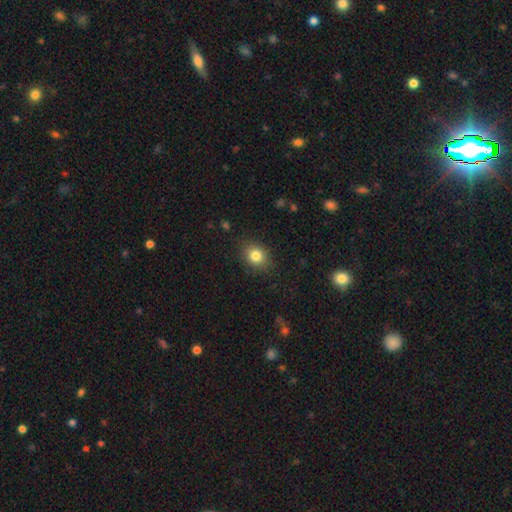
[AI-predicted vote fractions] This appears to be a smooth galaxy with no disk features (82%) that is round (55%). Merging: none (84%).